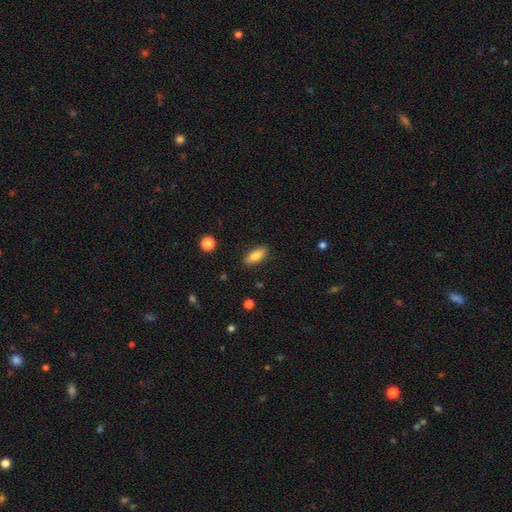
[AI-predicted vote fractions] The model was most divided on "how rounded": in between: 75%, cigar-shaped: 22%, round: 3%. More confident: merging — none (87%); smooth or featured — smooth (81%).